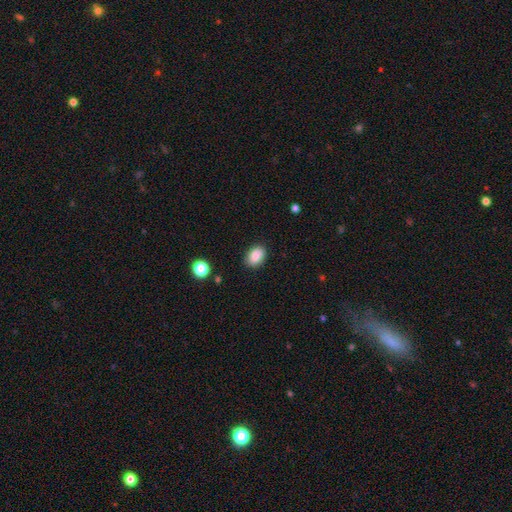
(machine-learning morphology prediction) Overall: smooth (87%). How rounded: in between (79%). Merging: none (84%).